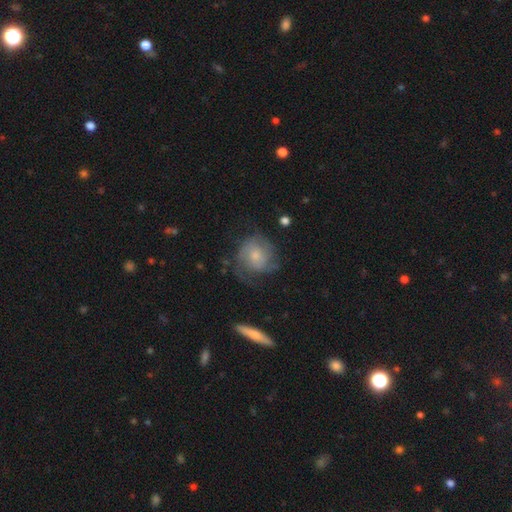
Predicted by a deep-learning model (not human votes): Smooth or featured? featured or disk (52%)
Edge-on disk? no (96%)
Bar? no (74%)
Spiral arms? yes (79%)
Bulge size? small (50%)
Merging? none (55%)